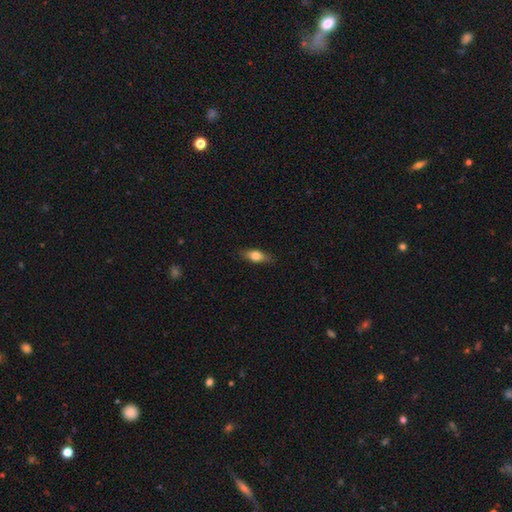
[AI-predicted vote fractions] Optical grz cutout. It shows a smooth galaxy with no disk features (70%) that is in between round and cigar-shaped (69%). Merging: none (85%).